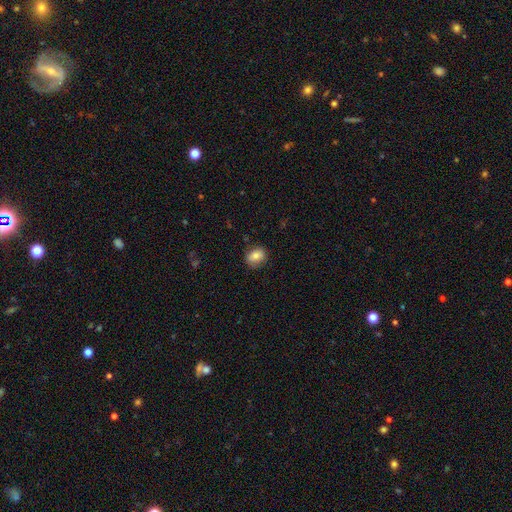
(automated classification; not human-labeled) The model was most divided on "how rounded": in between: 51%, round: 48%, cigar-shaped: 1%. More confident: merging — none (81%); smooth or featured — smooth (79%).